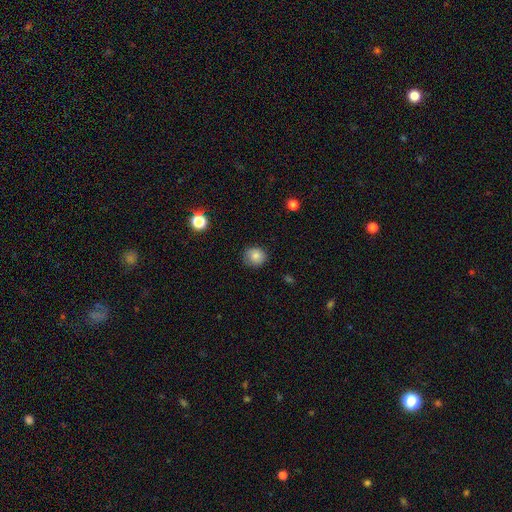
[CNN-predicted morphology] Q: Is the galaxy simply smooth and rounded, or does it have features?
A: smooth — 83%.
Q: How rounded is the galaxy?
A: round — 81%.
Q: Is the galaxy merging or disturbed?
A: none — 82%.